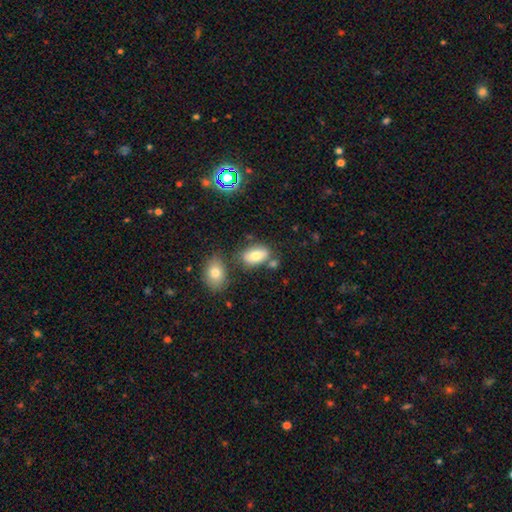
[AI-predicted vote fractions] Smooth or featured? Predicted: smooth (p=0.76). How rounded? Predicted: in between (p=0.91). Merging? Predicted: none (p=0.66).